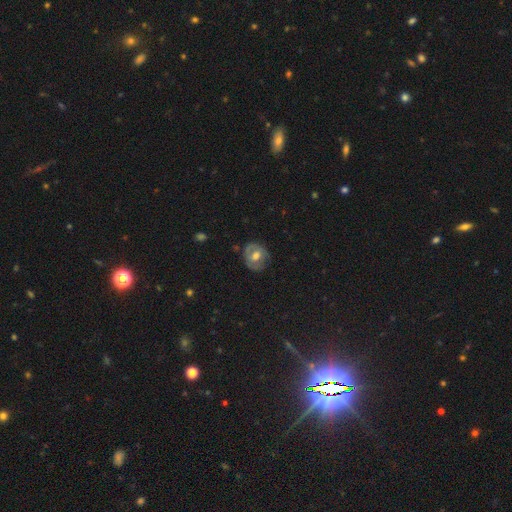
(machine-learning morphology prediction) smooth-or-featured: featured or disk: 47% | smooth: 46% | star or artifact: 7%
  merging: none: 71% | minor disturbance: 21% | major disturbance: 6% | merger: 2%